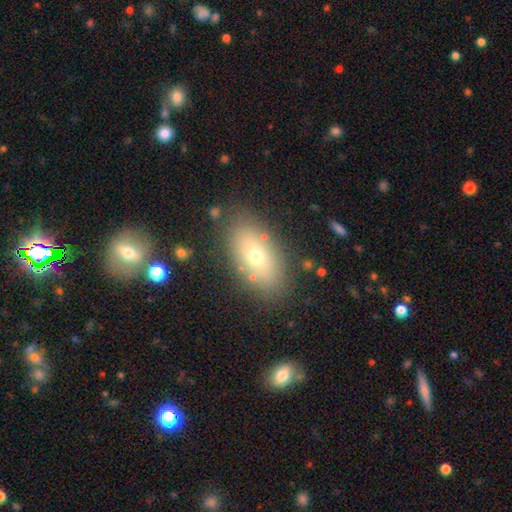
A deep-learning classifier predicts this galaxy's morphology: Smooth or featured?
  - smooth: 63% *
  - featured or disk: 26%
  - star or artifact: 11%
How rounded?
  - in between: 89% *
  - round: 7%
  - cigar-shaped: 4%
Merging?
  - none: 80% *
  - minor disturbance: 12%
  - merger: 4%
  - major disturbance: 4%